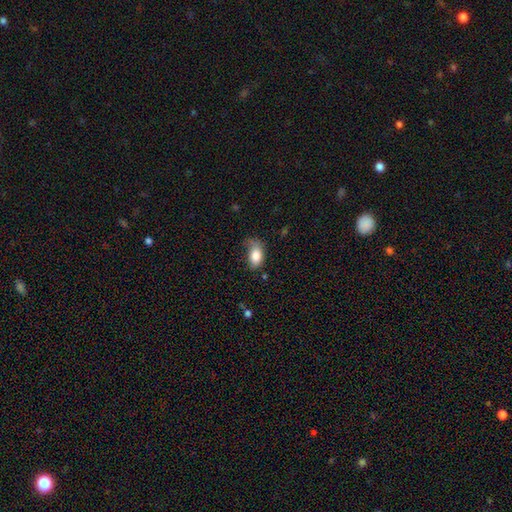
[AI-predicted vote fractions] This appears to be a smooth galaxy with no disk features (83%) that is in between round and cigar-shaped (89%). Merging: none (45%).